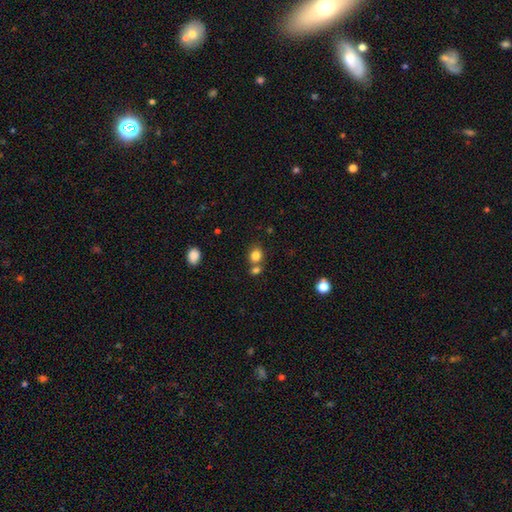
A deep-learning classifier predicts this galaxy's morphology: A smooth galaxy with no disk features (82%) that is round (61%). Merging: none (57%).